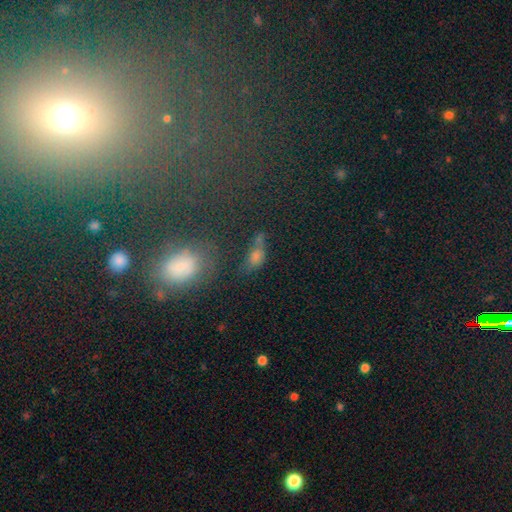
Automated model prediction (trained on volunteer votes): This is likely a smooth galaxy (60%). How rounded: likely in between (73%). Merging: possibly none (48%).